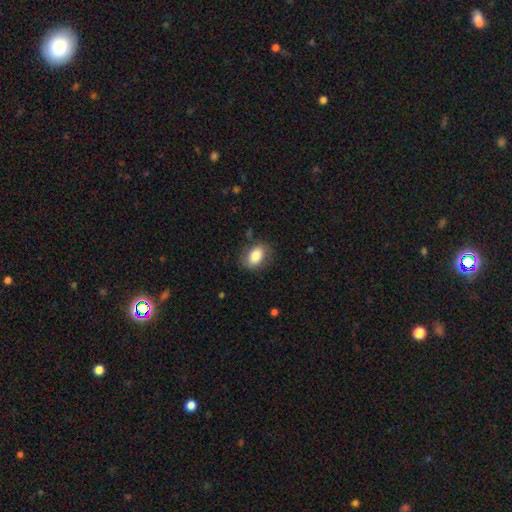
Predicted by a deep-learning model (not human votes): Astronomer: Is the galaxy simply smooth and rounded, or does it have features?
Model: smooth — 80%.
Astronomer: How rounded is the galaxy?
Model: in between — 84%.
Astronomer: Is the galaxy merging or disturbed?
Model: none — 77%.